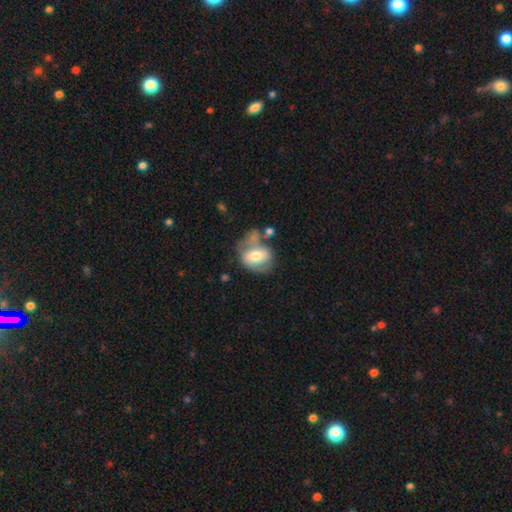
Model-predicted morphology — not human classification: smooth 51%, featured or disk 42%, star or artifact 7%. Down the decision tree: how rounded — in between (59%); merging — none (36%).